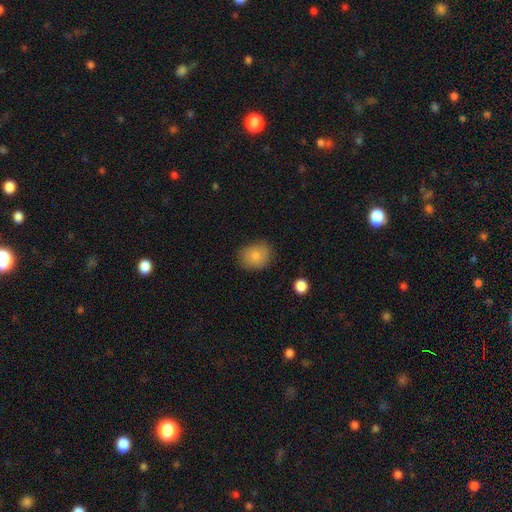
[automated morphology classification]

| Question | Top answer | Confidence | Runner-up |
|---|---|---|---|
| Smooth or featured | smooth | 80% | featured or disk (11%) |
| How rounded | round | 52% | in between (47%) |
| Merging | none | 77% | minor disturbance (18%) |